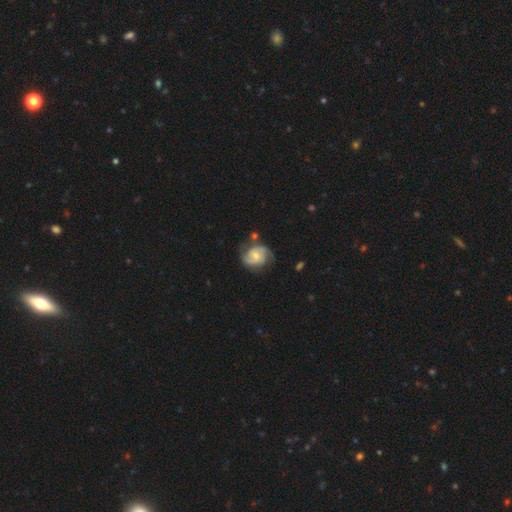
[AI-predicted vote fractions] Smooth or featured? featured or disk (83%)
Edge-on disk? no (98%)
Bar? no (54%)
Spiral arms? yes (96%)
Spiral winding? medium (47%)
Spiral arm count? 2 (77%)
Bulge size? small (52%)
Merging? none (68%)